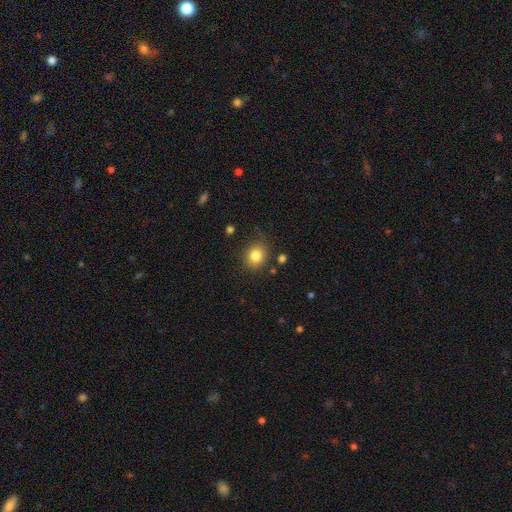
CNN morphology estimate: Smooth or featured?
  - smooth: 82% *
  - star or artifact: 11%
  - featured or disk: 7%
How rounded?
  - round: 71% *
  - in between: 28%
  - cigar-shaped: 1%
Merging?
  - none: 82% *
  - minor disturbance: 12%
  - major disturbance: 3%
  - merger: 3%